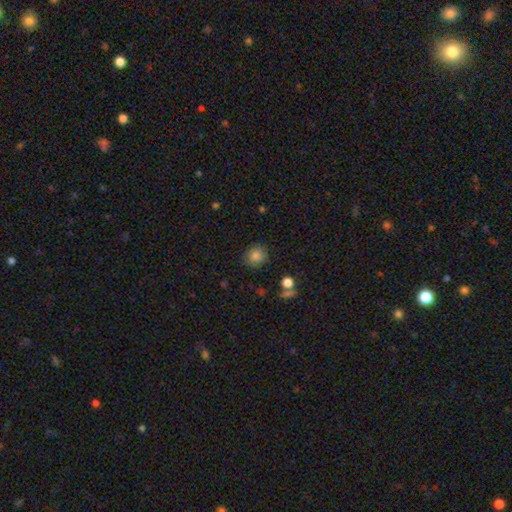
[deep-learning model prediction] Smooth or featured? smooth (84%)
How rounded? round (84%)
Merging? none (83%)